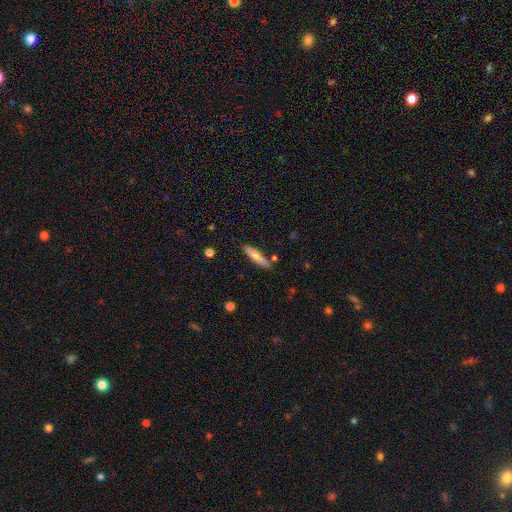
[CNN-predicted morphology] Smooth or featured?
  - smooth: 70% *
  - featured or disk: 24%
  - star or artifact: 6%
How rounded?
  - cigar-shaped: 84% *
  - in between: 15%
  - round: 2%
Merging?
  - none: 83% *
  - minor disturbance: 11%
  - merger: 4%
  - major disturbance: 2%